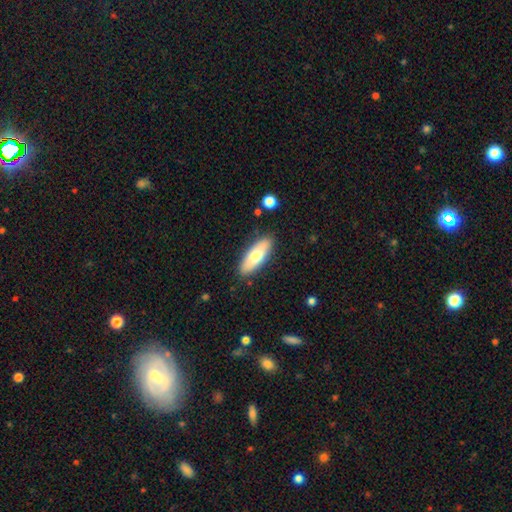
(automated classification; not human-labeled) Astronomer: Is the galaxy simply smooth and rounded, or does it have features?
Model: smooth — 69%.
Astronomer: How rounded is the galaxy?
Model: in between — 65%.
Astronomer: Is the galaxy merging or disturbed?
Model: none — 87%.